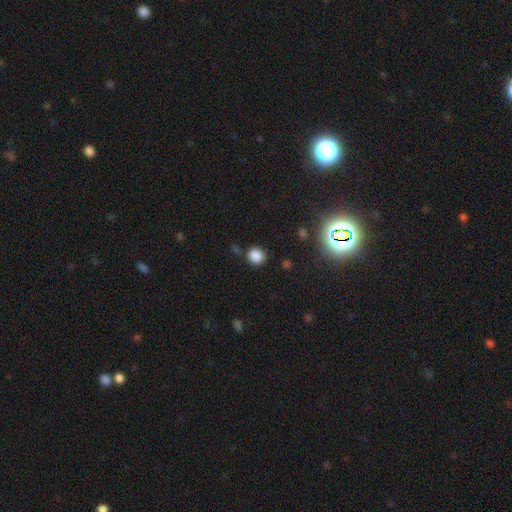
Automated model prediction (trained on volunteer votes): Smooth or featured? smooth (83%)
How rounded? round (85%)
Merging? none (83%)